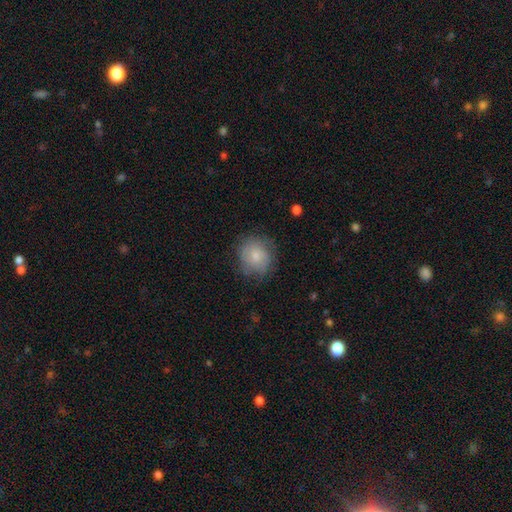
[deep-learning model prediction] A smooth galaxy with no disk features (73%) that is round (81%). Merging: none (71%).